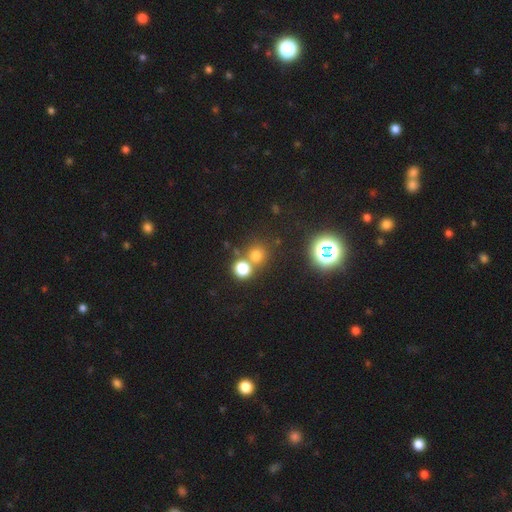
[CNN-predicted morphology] This appears to be a smooth galaxy with no disk features (66%) that is round (89%). Merging: none (63%).